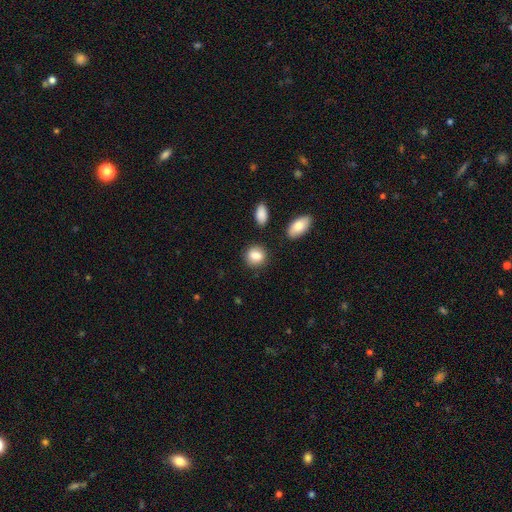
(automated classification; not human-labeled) smooth 86%, star or artifact 7%, featured or disk 7%. Down the decision tree: how rounded — round (69%); merging — none (82%).